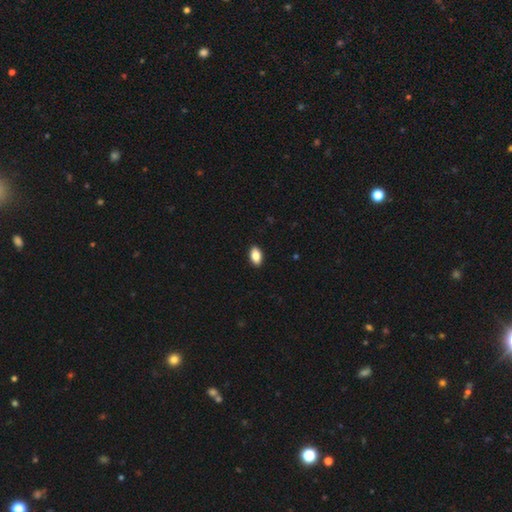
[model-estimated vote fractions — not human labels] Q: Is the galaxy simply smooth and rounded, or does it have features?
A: smooth — 85%.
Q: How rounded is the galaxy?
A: in between — 91%.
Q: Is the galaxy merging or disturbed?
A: none — 91%.